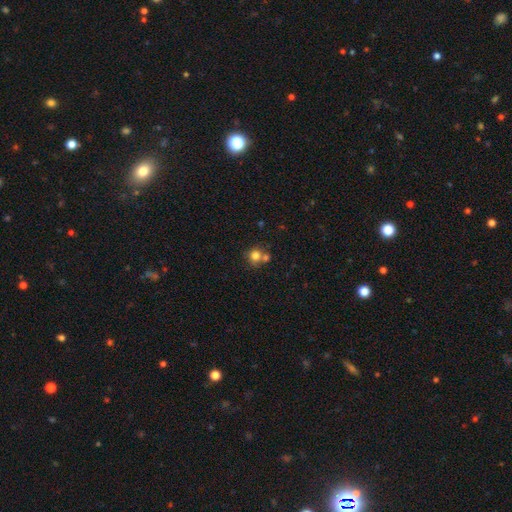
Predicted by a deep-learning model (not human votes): Smooth or featured? Predicted: smooth (p=0.78). How rounded? Predicted: round (p=0.86). Merging? Predicted: none (p=0.52).